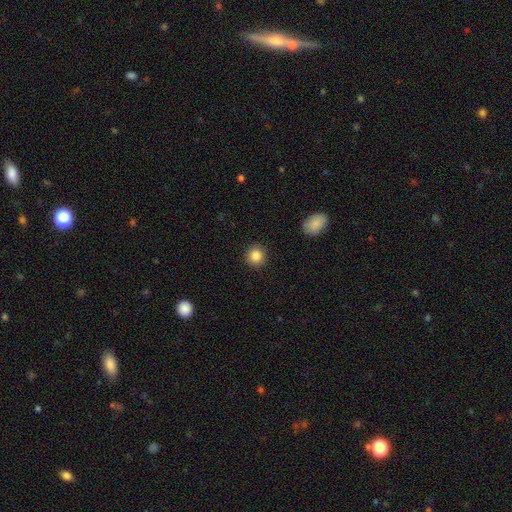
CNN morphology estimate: A smooth galaxy with no disk features (86%) that is round (93%).

Vote fractions:
- Smooth or featured? smooth: 86% / star or artifact: 10% / featured or disk: 4%
- How rounded? round: 93% / in between: 6% / cigar-shaped: 1%
- Merging? none: 91% / minor disturbance: 6% / major disturbance: 2% / merger: 1%